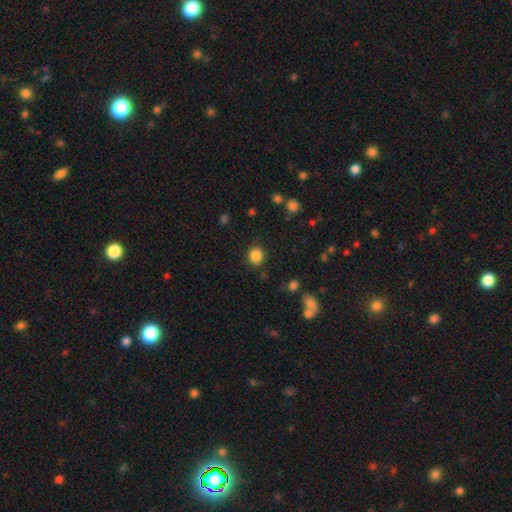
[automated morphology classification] Smooth or featured? Predicted: smooth (p=0.86). How rounded? Predicted: round (p=0.75). Merging? Predicted: none (p=0.85).